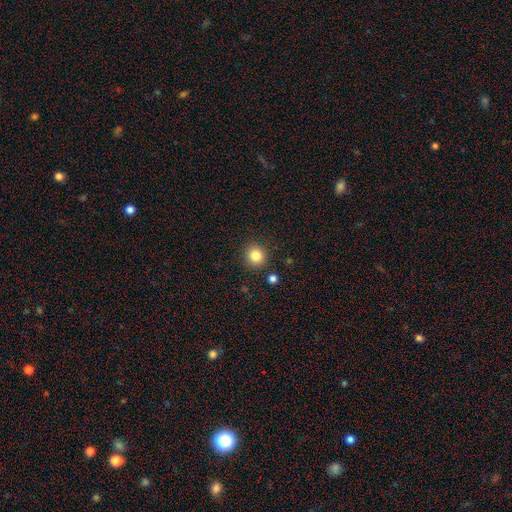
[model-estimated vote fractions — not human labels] Overall: smooth (84%). How rounded: round (90%). Merging: none (89%).